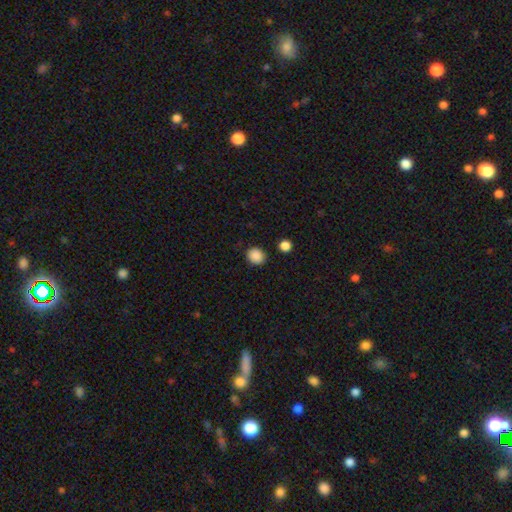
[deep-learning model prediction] This appears to be a smooth galaxy with no disk features (88%) that is round (73%). Merging: none (86%).